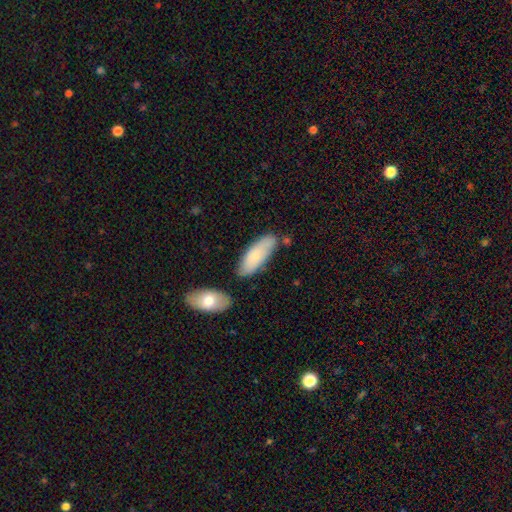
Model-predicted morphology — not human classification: Smooth or featured: smooth — 75% (featured or disk — 20%)
How rounded: in between — 75% (cigar-shaped — 24%)
Merging: none — 67% (minor disturbance — 19%)